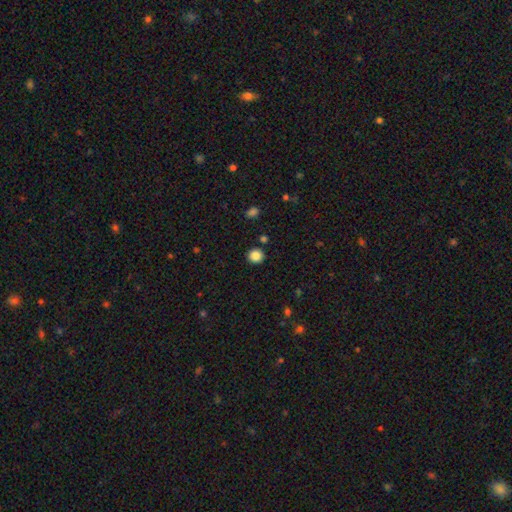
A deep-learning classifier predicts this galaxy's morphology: This appears to be a smooth galaxy with no disk features (86%) that is round (91%). Merging: none (90%).